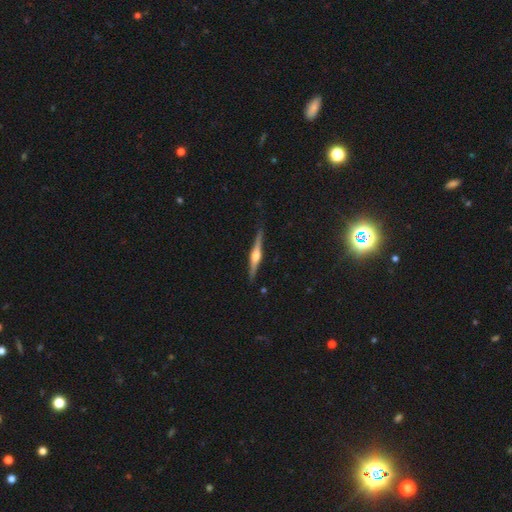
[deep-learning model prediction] This is clearly a featured or disk galaxy (81%). It is clearly viewed edge-on (98%). Edge-on bulge: clearly rounded (92%). Merging: clearly none (88%).